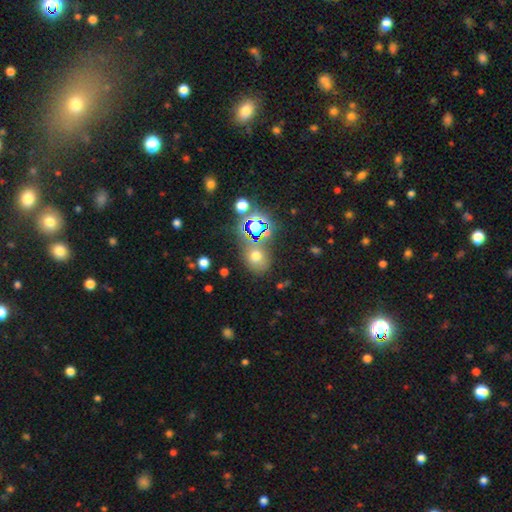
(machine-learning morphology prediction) Smooth or featured?
  - smooth: 60% *
  - star or artifact: 29%
  - featured or disk: 11%
How rounded?
  - round: 53% *
  - in between: 46%
  - cigar-shaped: 1%
Merging?
  - none: 69% *
  - minor disturbance: 14%
  - merger: 10%
  - major disturbance: 6%